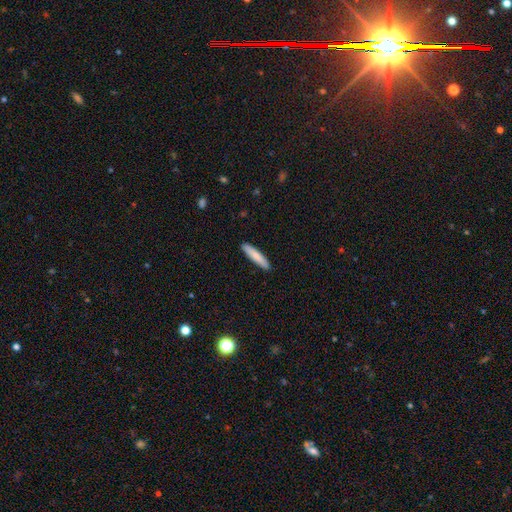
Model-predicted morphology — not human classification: Overall: smooth (82%). How rounded: cigar-shaped (87%). Merging: none (91%).